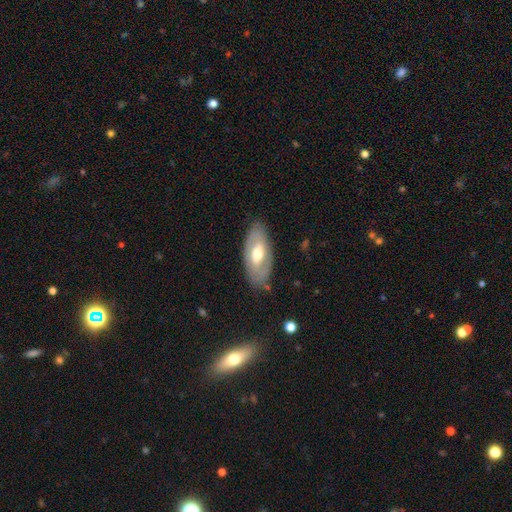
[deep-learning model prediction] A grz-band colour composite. It shows a featured or disk galaxy (62%) with no bar (47%), spiral arms (50%, tied with no) and a moderate central bulge (73%). Merging: none (81%).